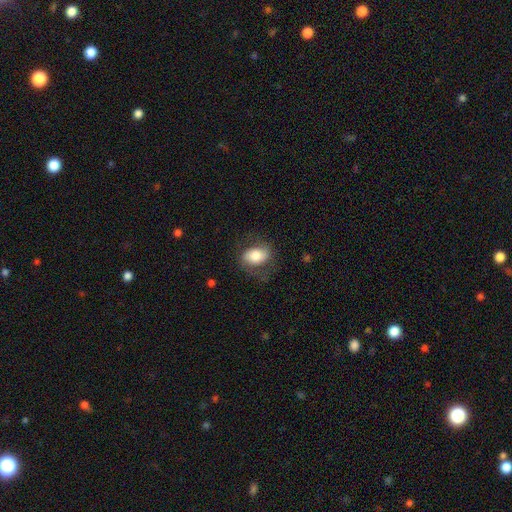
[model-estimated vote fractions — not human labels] Q: Smooth or featured?
A: smooth (66%); runner-up: featured or disk (26%)
Q: How rounded?
A: in between (78%); runner-up: round (21%)
Q: Merging?
A: none (64%); runner-up: minor disturbance (22%)